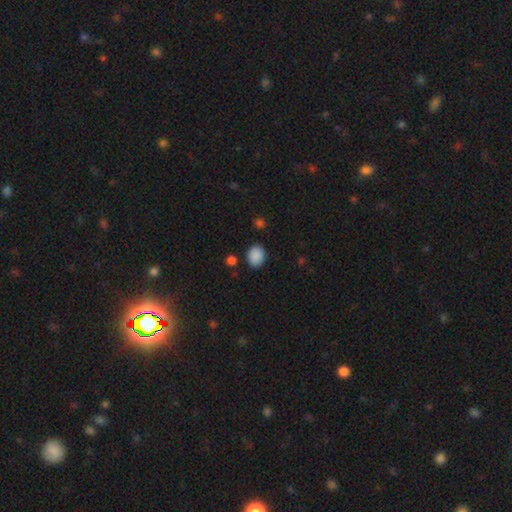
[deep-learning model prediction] smooth-or-featured: smooth: 88% | star or artifact: 9% | featured or disk: 3%
  how-rounded: round: 50% | in between: 49% | cigar-shaped: 1%
  merging: none: 85% | minor disturbance: 10% | major disturbance: 3% | merger: 2%